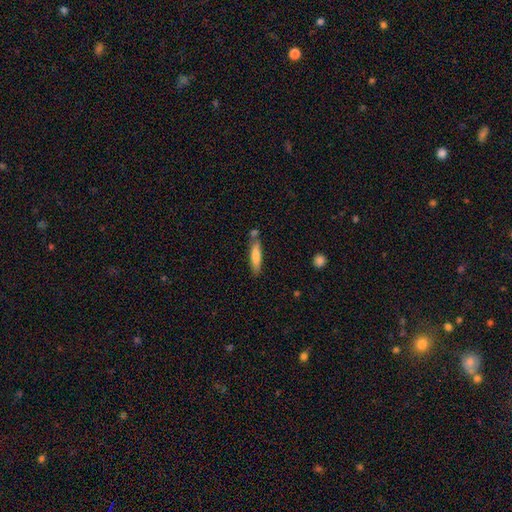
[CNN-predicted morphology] smooth-or-featured: smooth: 76% | featured or disk: 18% | star or artifact: 6%
  how-rounded: cigar-shaped: 78% | in between: 20% | round: 1%
  merging: none: 65% | minor disturbance: 18% | merger: 13% | major disturbance: 4%